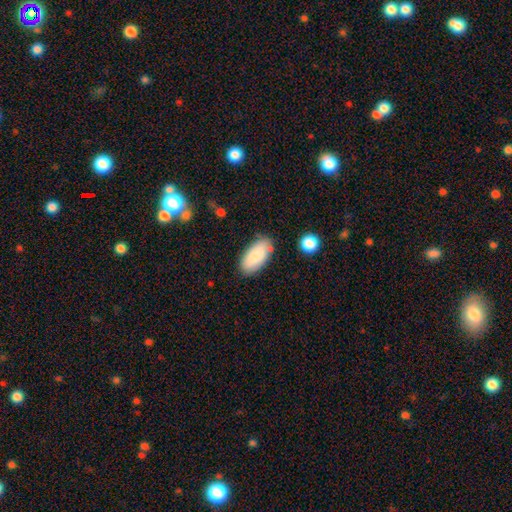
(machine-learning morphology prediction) smooth_or_featured: smooth (p=0.83) [alt: featured or disk p=0.10]
how_rounded: in between (p=0.93) [alt: cigar-shaped p=0.05]
merging: none (p=0.80) [alt: minor disturbance p=0.14]